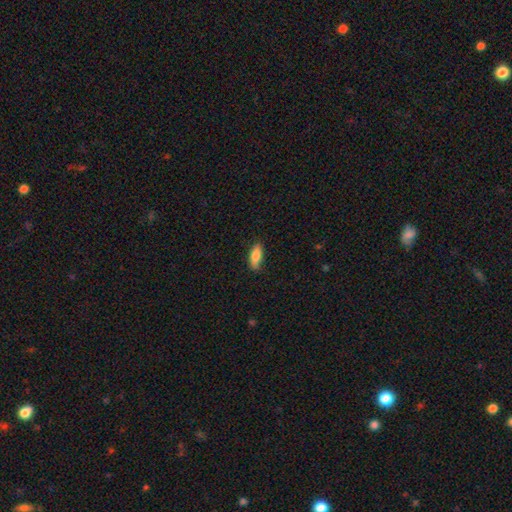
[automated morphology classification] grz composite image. It shows a smooth galaxy with no disk features (82%) that is in between round and cigar-shaped (70%). Merging: none (84%).